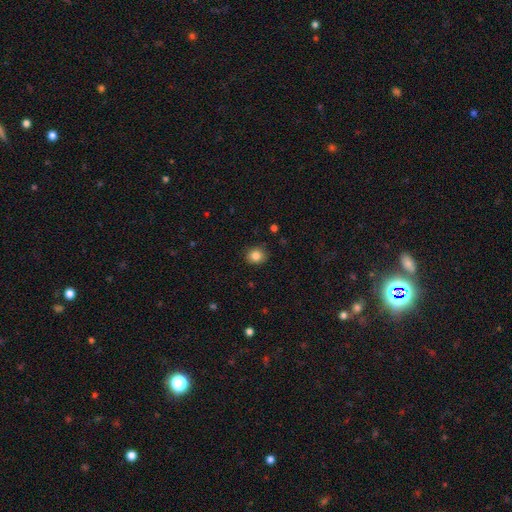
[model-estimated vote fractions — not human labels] This appears to be a smooth galaxy with no disk features (85%) that is round (73%). Merging: none (86%).